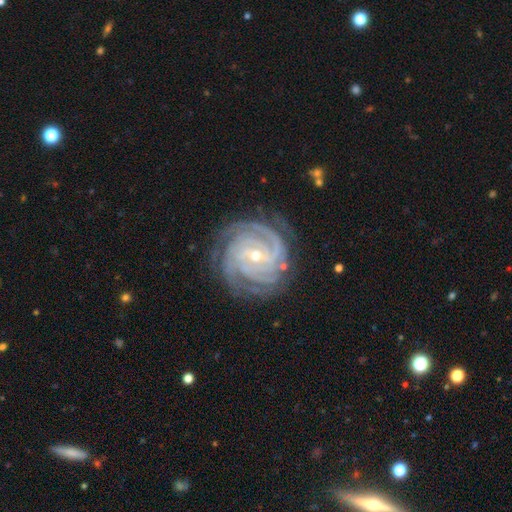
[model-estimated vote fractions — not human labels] Q: Smooth or featured?
A: featured or disk (92%); runner-up: star or artifact (5%)
Q: Edge-on disk?
A: no (98%); runner-up: yes (2%)
Q: Bar?
A: weak (44%); runner-up: no (32%)
Q: Spiral arms?
A: yes (99%); runner-up: no (1%)
Q: Spiral winding?
A: tight (83%); runner-up: medium (15%)
Q: Spiral arm count?
A: 4 (36%); runner-up: 3 (22%)
Q: Bulge size?
A: small (61%); runner-up: moderate (37%)
Q: Merging?
A: none (81%); runner-up: minor disturbance (14%)